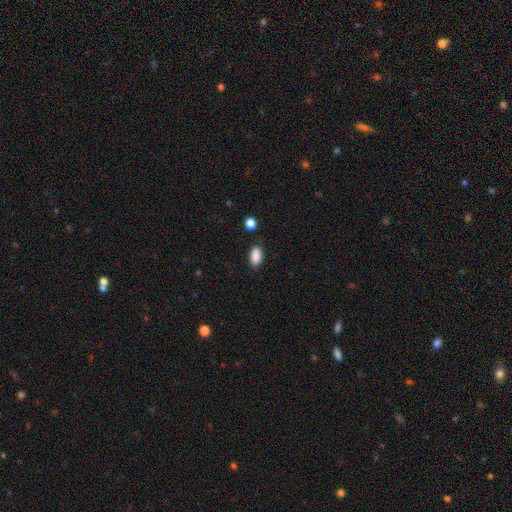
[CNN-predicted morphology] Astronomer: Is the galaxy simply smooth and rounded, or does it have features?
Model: smooth — 89%.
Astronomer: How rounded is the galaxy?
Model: in between — 92%.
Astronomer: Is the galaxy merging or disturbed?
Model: none — 85%.